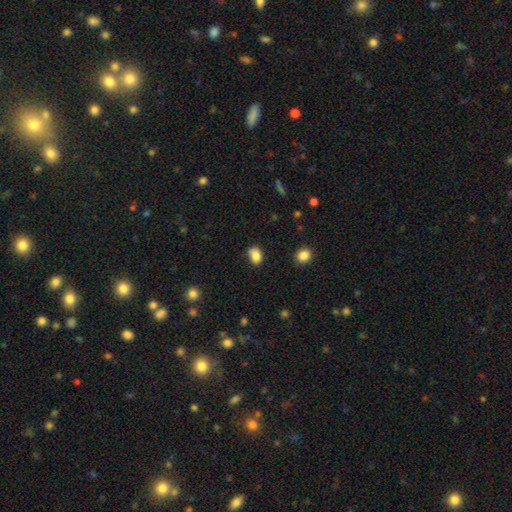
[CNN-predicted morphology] Smooth or featured? Predicted: smooth (p=0.84). How rounded? Predicted: in between (p=0.69). Merging? Predicted: none (p=0.62).